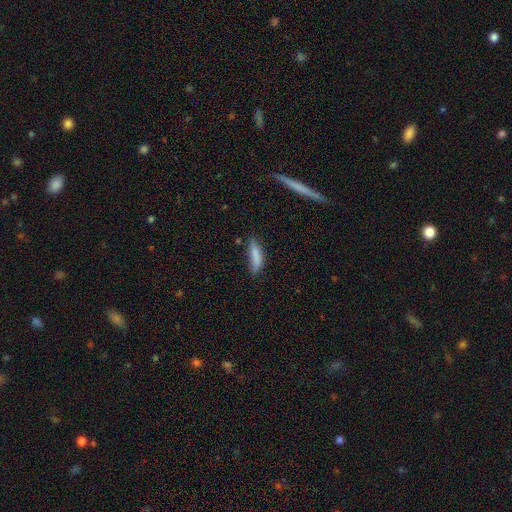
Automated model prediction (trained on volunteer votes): smooth-or-featured: smooth: 80% | featured or disk: 12% | star or artifact: 7%
  how-rounded: cigar-shaped: 54% | in between: 44% | round: 2%
  merging: none: 53% | minor disturbance: 32% | major disturbance: 10% | merger: 5%